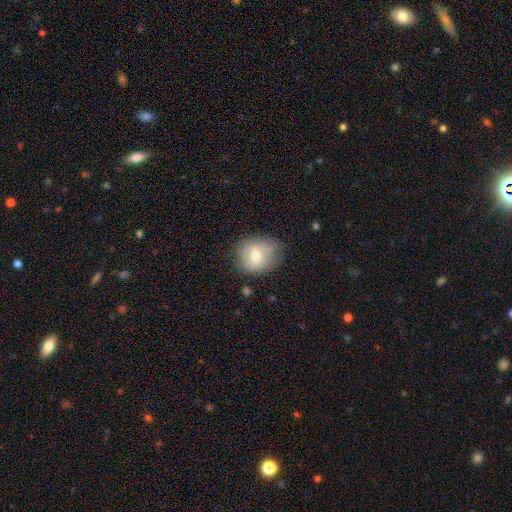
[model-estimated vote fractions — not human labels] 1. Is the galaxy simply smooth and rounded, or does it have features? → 65% smooth, 27% featured or disk, 8% star or artifact.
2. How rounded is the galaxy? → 63% round, 36% in between, 1% cigar-shaped.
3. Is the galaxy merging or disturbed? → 64% none, 27% minor disturbance, 8% major disturbance, 2% merger.